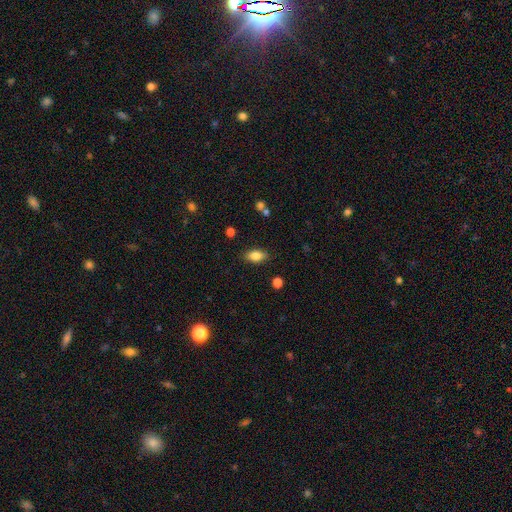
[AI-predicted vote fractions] Smooth or featured? smooth (83%)
How rounded? in between (88%)
Merging? none (85%)